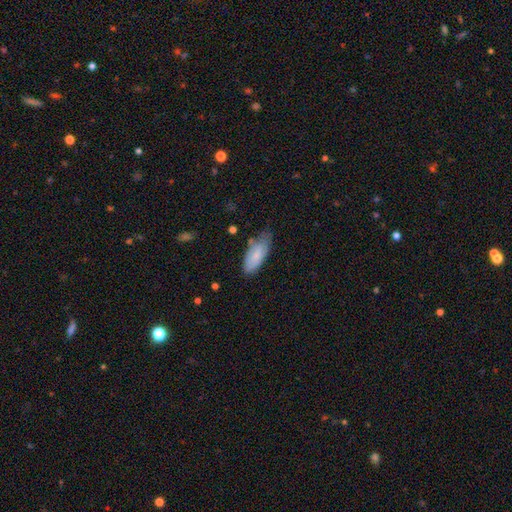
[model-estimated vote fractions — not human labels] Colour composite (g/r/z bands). It shows a smooth galaxy with no disk features (78%) that is in between round and cigar-shaped (82%). Merging: none (50%).